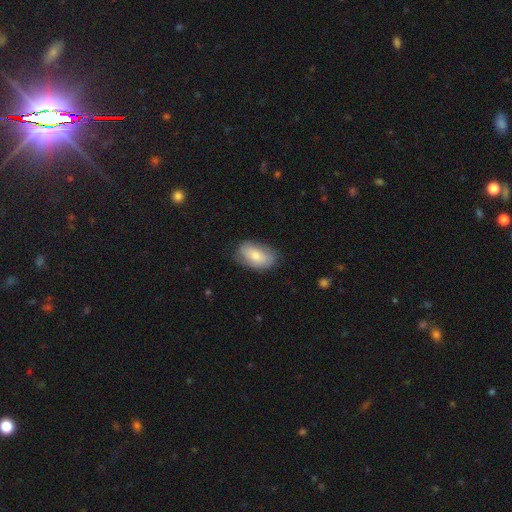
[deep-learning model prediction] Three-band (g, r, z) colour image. It shows a smooth galaxy with no disk features (71%) that is in between round and cigar-shaped (91%). Merging: none (72%).